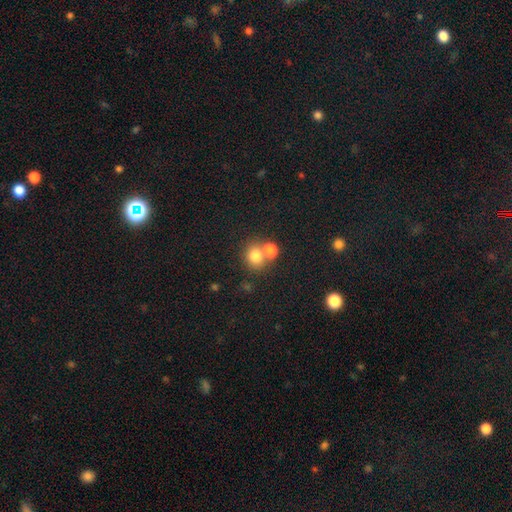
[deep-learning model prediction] Q: Smooth or featured?
A: smooth (78%); runner-up: star or artifact (13%)
Q: How rounded?
A: round (74%); runner-up: in between (25%)
Q: Merging?
A: none (53%); runner-up: merger (35%)